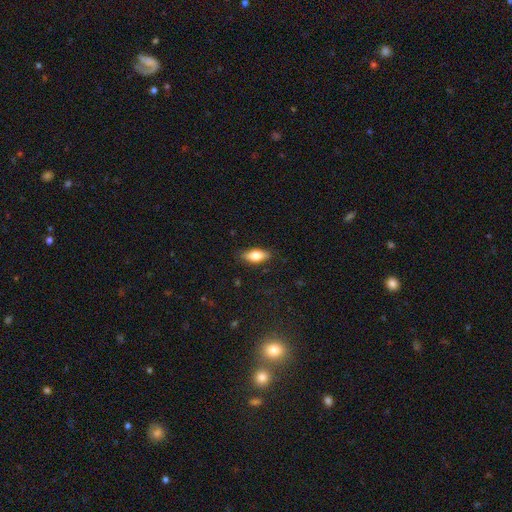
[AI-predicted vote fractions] Smooth or featured? Predicted: smooth (p=0.73). How rounded? Predicted: in between (p=0.79). Merging? Predicted: none (p=0.86).